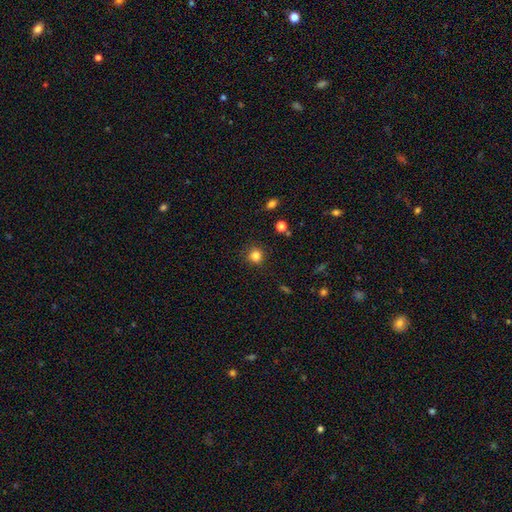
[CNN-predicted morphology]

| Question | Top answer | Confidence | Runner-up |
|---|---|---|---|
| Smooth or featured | smooth | 83% | star or artifact (13%) |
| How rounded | round | 91% | in between (8%) |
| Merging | none | 88% | minor disturbance (8%) |